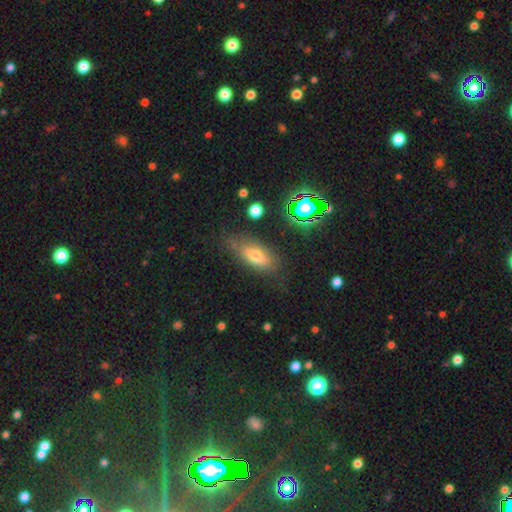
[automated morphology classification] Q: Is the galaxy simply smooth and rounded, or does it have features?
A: smooth — 61%.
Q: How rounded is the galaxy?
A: in between — 71%.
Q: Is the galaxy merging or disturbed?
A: none — 68%.